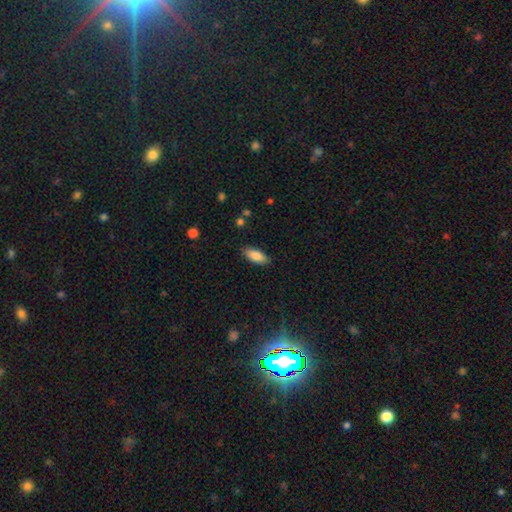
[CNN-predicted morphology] Smooth or featured?
  - smooth: 86% *
  - featured or disk: 8%
  - star or artifact: 7%
How rounded?
  - in between: 85% *
  - cigar-shaped: 14%
  - round: 2%
Merging?
  - none: 86% *
  - minor disturbance: 10%
  - major disturbance: 2%
  - merger: 1%